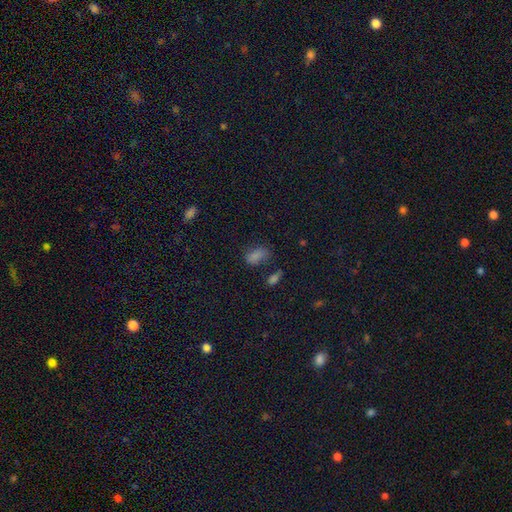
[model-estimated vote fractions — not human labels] Smooth or featured?
  - smooth: 61% *
  - star or artifact: 30%
  - featured or disk: 9%
How rounded?
  - in between: 85% *
  - round: 11%
  - cigar-shaped: 4%
Merging?
  - none: 61% *
  - minor disturbance: 20%
  - merger: 11%
  - major disturbance: 9%